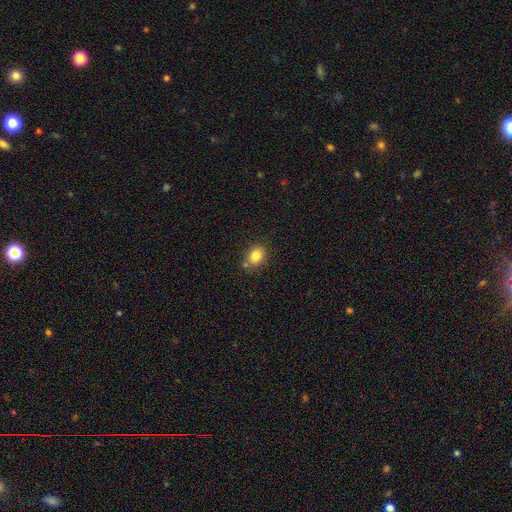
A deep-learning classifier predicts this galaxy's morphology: smooth-or-featured: smooth: 82% | star or artifact: 10% | featured or disk: 8%
  how-rounded: round: 51% | in between: 48% | cigar-shaped: 1%
  merging: none: 71% | minor disturbance: 16% | merger: 10% | major disturbance: 4%